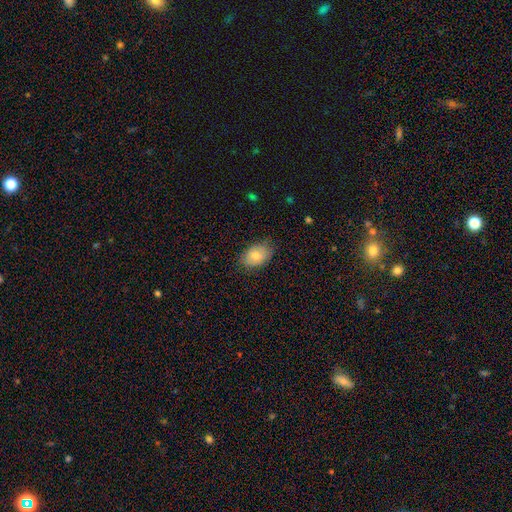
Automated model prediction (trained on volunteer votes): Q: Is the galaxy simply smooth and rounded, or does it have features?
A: smooth — 75%.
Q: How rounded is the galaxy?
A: in between — 87%.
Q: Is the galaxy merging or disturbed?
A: none — 78%.